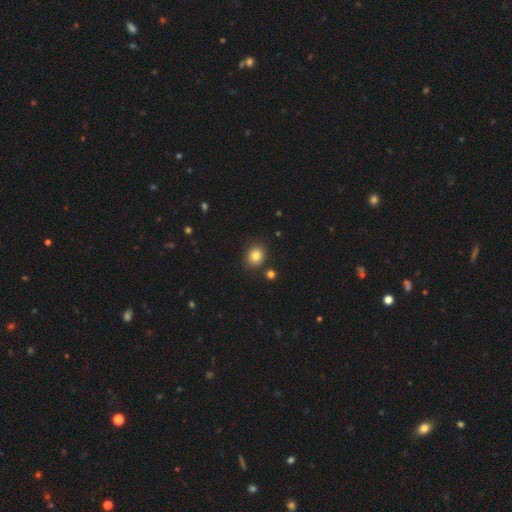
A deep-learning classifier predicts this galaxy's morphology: smooth-or-featured: smooth: 83% | star or artifact: 11% | featured or disk: 6%
  how-rounded: round: 70% | in between: 29% | cigar-shaped: 1%
  merging: none: 85% | minor disturbance: 8% | merger: 4% | major disturbance: 2%